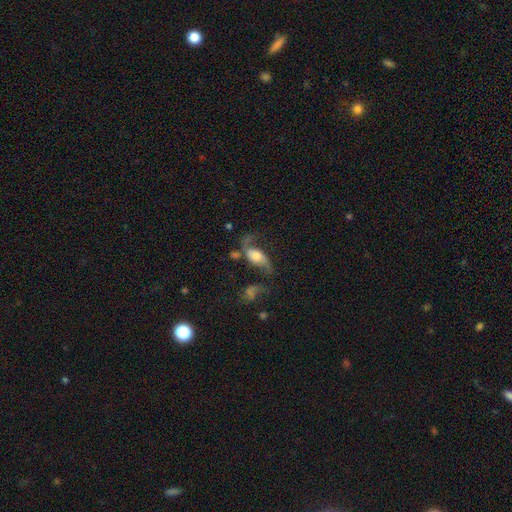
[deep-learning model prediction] smooth-or-featured: featured or disk: 66% | smooth: 25% | star or artifact: 9%
  disk-edge-on: no: 89% | yes: 11%
    bar: no: 57% | weak: 30% | strong: 12%
    has-spiral-arms: yes: 87% | no: 13%
      spiral-winding: loose: 78% | medium: 17% | tight: 5%
      spiral-arm-count: 2: 84% | 1: 9% | can't tell: 4% | 3: 1% | 4: 1% | more than 4: 1%
    bulge-size: moderate: 35% | large: 34% | small: 16% | none: 7% | dominant: 7%
  merging: none: 41% | major disturbance: 28% | minor disturbance: 19% | merger: 12%